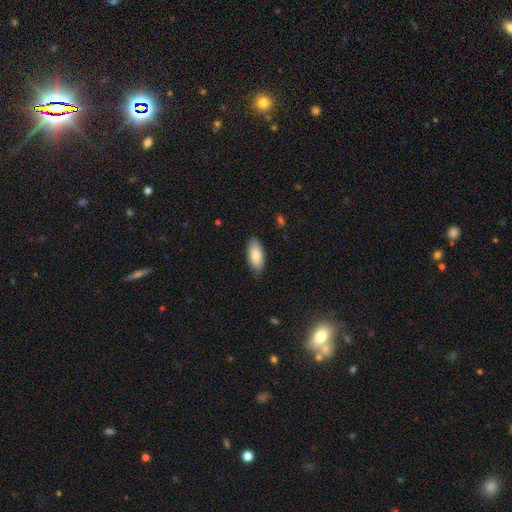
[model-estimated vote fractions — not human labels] Overall: smooth (83%). How rounded: in between (87%). Merging: none (85%).